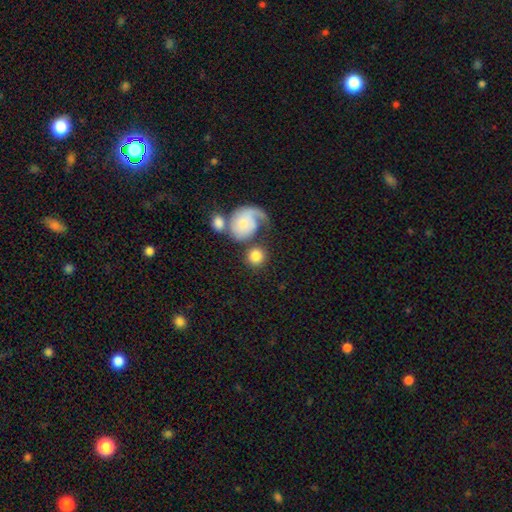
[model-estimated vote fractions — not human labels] This appears to be a smooth galaxy with no disk features (72%) that is round (85%). Merging: none (54%).